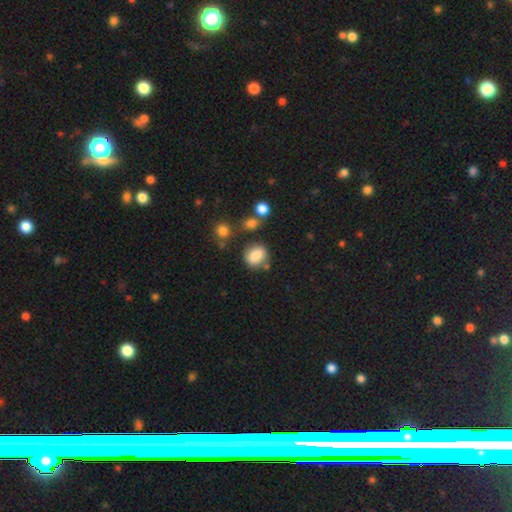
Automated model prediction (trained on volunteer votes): Smooth or featured: smooth — 83% (star or artifact — 10%)
How rounded: round — 53% (in between — 45%)
Merging: none — 69% (minor disturbance — 16%)